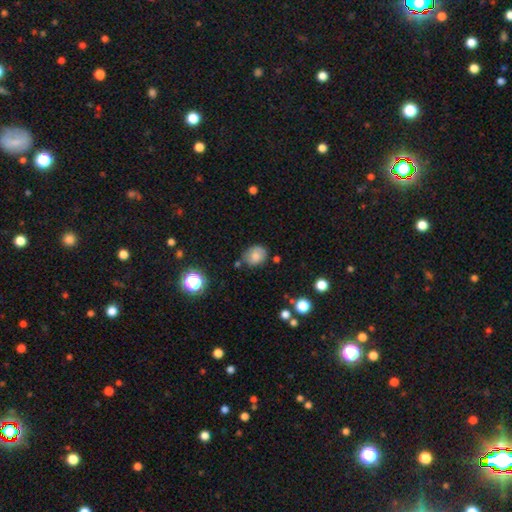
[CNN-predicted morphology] smooth-or-featured: smooth: 78% | star or artifact: 11% | featured or disk: 11%
  how-rounded: round: 55% | in between: 45% | cigar-shaped: 1%
  merging: none: 69% | minor disturbance: 22% | merger: 5% | major disturbance: 5%